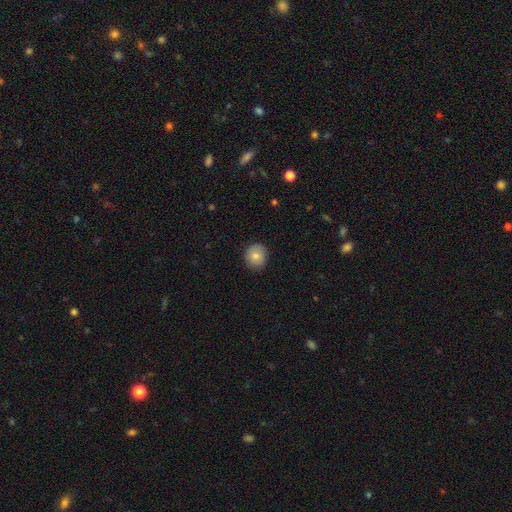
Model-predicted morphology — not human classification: type=smooth (79%); roundness=round (85%); merging=none (85%).